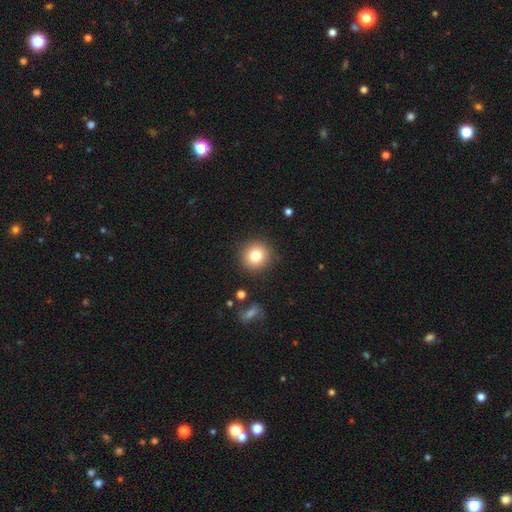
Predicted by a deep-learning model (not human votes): A smooth galaxy with no disk features (80%) that is round (92%). Merging: none (89%).